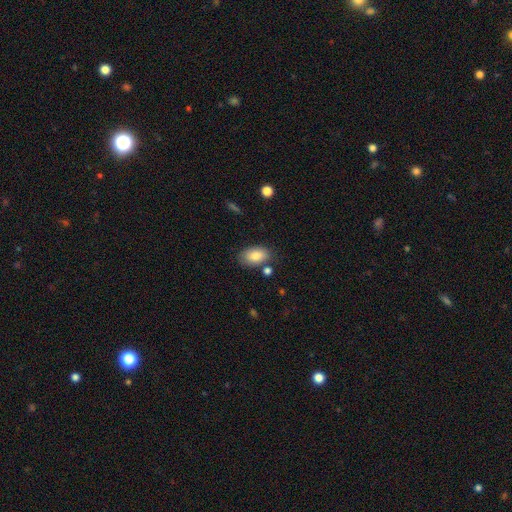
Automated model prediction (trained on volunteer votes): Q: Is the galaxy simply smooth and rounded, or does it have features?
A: smooth — 82%.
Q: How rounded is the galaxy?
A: in between — 92%.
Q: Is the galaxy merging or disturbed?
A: none — 76%.